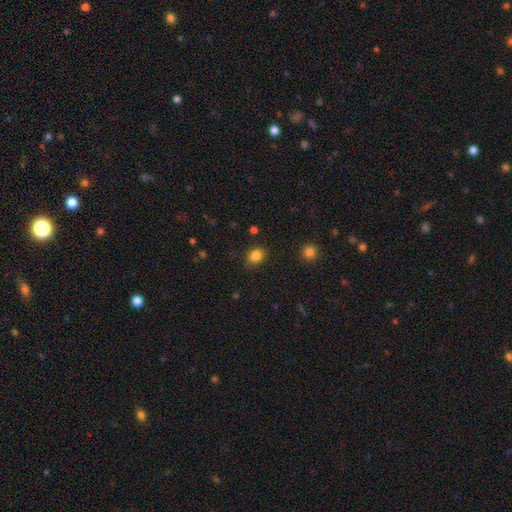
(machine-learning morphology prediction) smooth_or_featured: smooth (p=0.84) [alt: star or artifact p=0.12]
how_rounded: round (p=0.66) [alt: in between p=0.33]
merging: none (p=0.84) [alt: minor disturbance p=0.11]